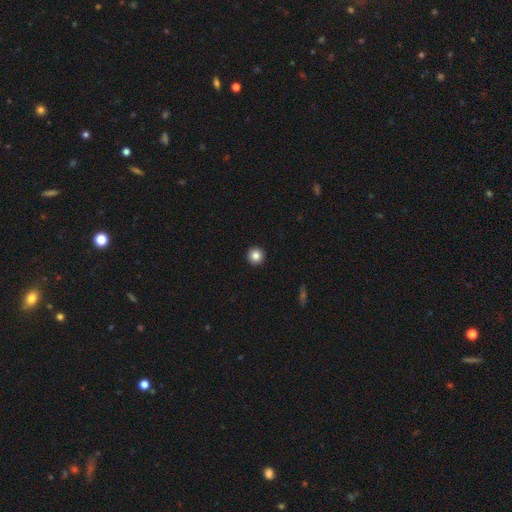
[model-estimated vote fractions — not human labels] Overall: smooth (84%). How rounded: round (96%). Merging: none (94%).